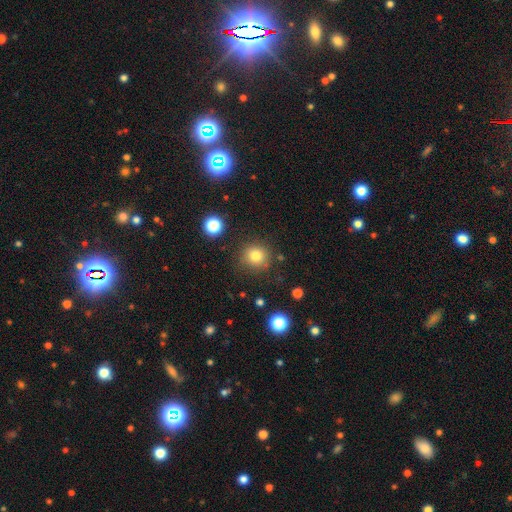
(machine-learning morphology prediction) Overall: smooth (80%). How rounded: round (92%). Merging: none (85%).